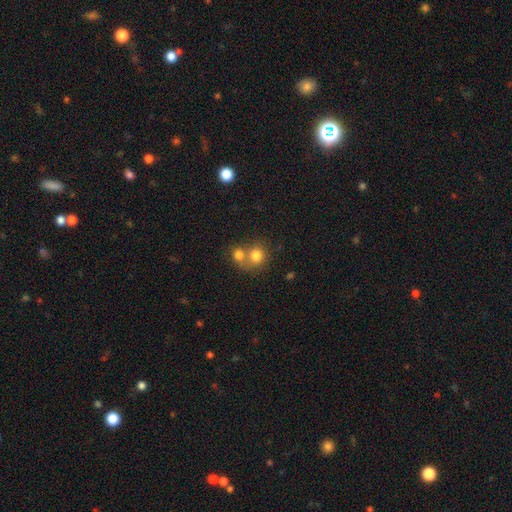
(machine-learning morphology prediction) smooth 78%, featured or disk 12%, star or artifact 11%. Down the decision tree: how rounded — round (80%); merging — merger (56%).